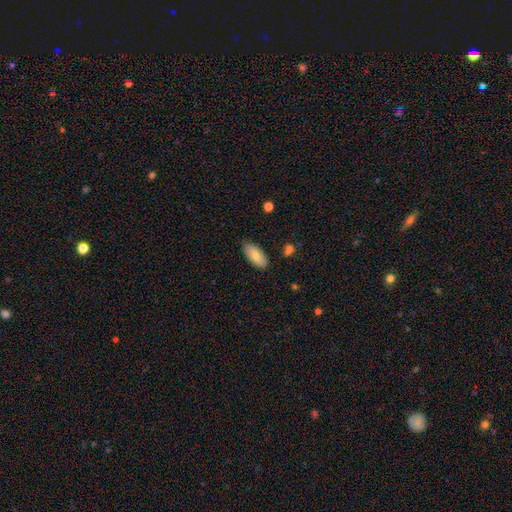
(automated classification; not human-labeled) The model was most divided on "smooth or featured": smooth: 77%, featured or disk: 17%, star or artifact: 6%. More confident: how rounded — in between (90%); merging — none (81%).